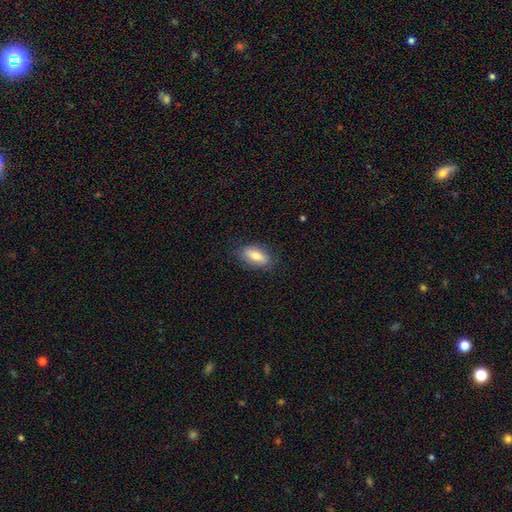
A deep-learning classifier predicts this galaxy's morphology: A smooth galaxy with no disk features (77%) that is in between round and cigar-shaped (83%).

Vote fractions:
- Smooth or featured? smooth: 77% / featured or disk: 16% / star or artifact: 7%
- How rounded? in between: 83% / cigar-shaped: 13% / round: 4%
- Merging? none: 82% / minor disturbance: 14% / major disturbance: 3% / merger: 1%